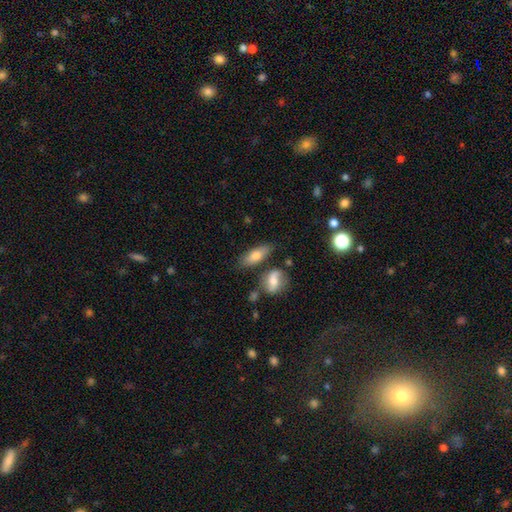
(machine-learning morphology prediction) Q: Smooth or featured?
A: smooth (71%); runner-up: featured or disk (22%)
Q: How rounded?
A: in between (69%); runner-up: cigar-shaped (27%)
Q: Merging?
A: none (69%); runner-up: minor disturbance (16%)